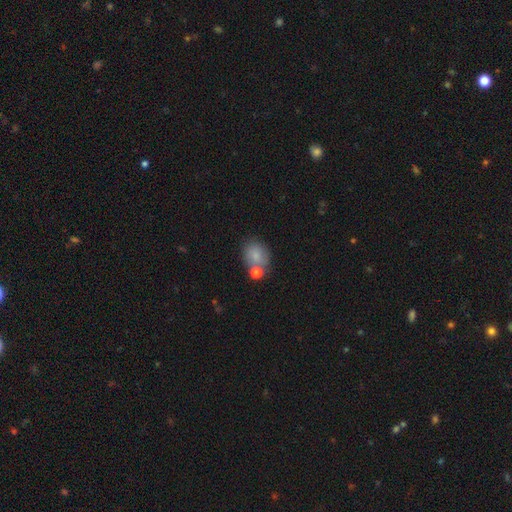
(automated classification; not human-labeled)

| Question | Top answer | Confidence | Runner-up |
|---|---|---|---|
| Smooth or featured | smooth | 81% | star or artifact (10%) |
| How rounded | round | 59% | in between (40%) |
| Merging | none | 60% | merger (21%) |